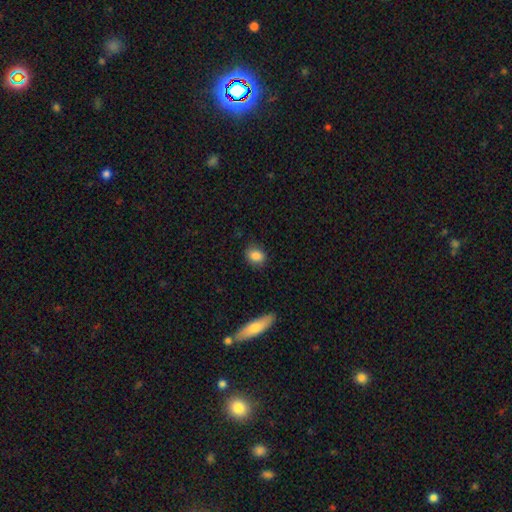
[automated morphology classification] Overall: smooth (86%). How rounded: in between (63%; round 35%). Merging: none (81%).